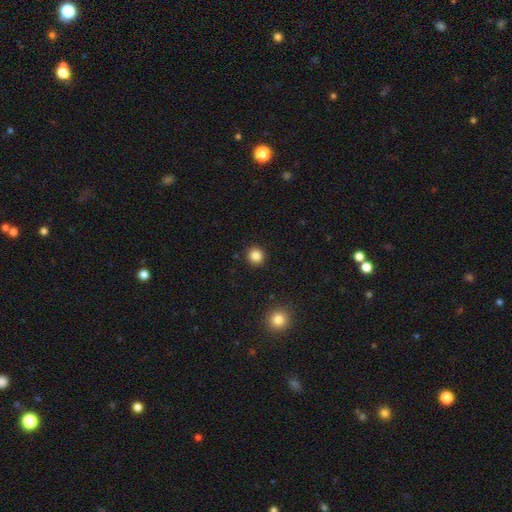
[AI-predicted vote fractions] A smooth galaxy with no disk features (84%) that is round (93%).

Vote fractions:
- Smooth or featured? smooth: 84% / star or artifact: 11% / featured or disk: 4%
- How rounded? round: 93% / in between: 6% / cigar-shaped: 1%
- Merging? none: 92% / minor disturbance: 5% / major disturbance: 2% / merger: 1%